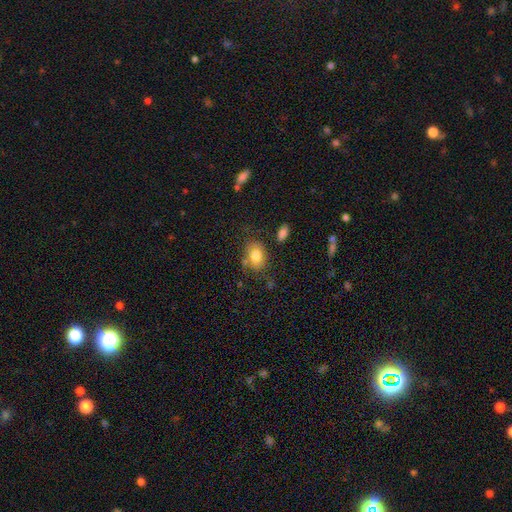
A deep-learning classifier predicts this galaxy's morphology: smooth_or_featured: smooth (p=0.80) [alt: featured or disk p=0.11]
how_rounded: in between (p=0.71) [alt: round p=0.28]
merging: none (p=0.67) [alt: minor disturbance p=0.19]